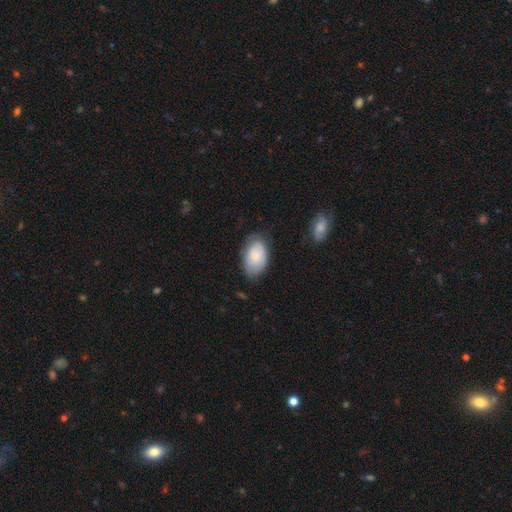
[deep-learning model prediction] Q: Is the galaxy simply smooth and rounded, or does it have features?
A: smooth — 71%.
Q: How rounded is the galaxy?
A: in between — 92%.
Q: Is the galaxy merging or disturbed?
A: none — 68%.